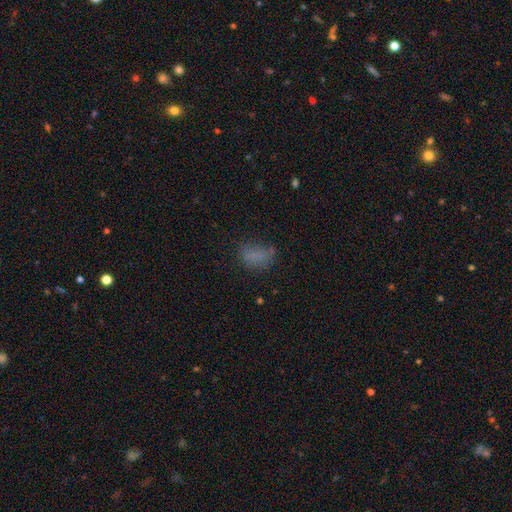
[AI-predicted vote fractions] Smooth or featured? smooth (72%)
How rounded? in between (82%)
Merging? none (51%)